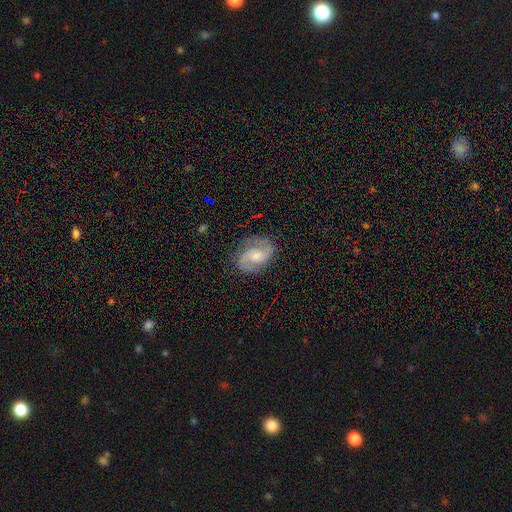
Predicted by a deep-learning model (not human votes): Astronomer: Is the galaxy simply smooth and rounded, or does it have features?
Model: featured or disk — 81%.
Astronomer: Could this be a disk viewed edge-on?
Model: no — 98%.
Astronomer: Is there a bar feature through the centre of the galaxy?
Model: no — 51% (runner-up: weak, 41%).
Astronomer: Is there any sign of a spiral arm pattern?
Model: yes — 96%.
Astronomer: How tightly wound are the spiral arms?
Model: medium — 54%.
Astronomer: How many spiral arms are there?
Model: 2 — 91%.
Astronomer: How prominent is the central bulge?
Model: moderate — 51% (runner-up: small, 38%).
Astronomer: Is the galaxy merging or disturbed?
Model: none — 79%.